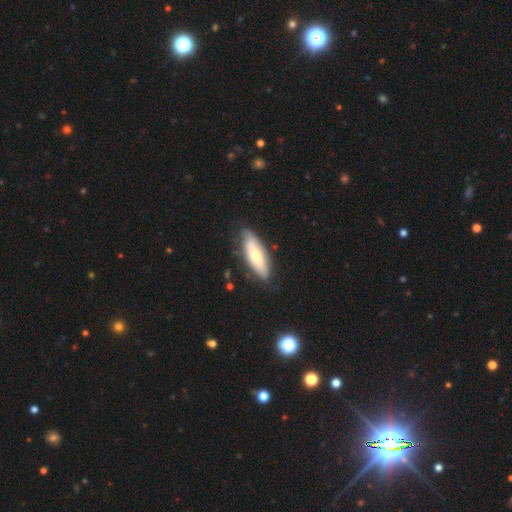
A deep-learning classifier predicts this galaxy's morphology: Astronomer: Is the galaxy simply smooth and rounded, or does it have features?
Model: smooth — 60% (runner-up: featured or disk, 35%).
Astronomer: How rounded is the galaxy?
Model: in between — 61% (runner-up: cigar-shaped, 37%).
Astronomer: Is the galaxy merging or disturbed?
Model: none — 74%.